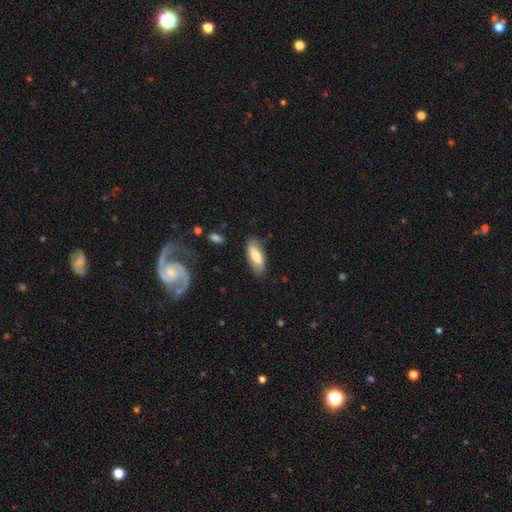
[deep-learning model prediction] smooth-or-featured: smooth: 68% | featured or disk: 26% | star or artifact: 6%
  how-rounded: in between: 72% | cigar-shaped: 26% | round: 2%
  merging: none: 78% | minor disturbance: 17% | major disturbance: 4% | merger: 2%